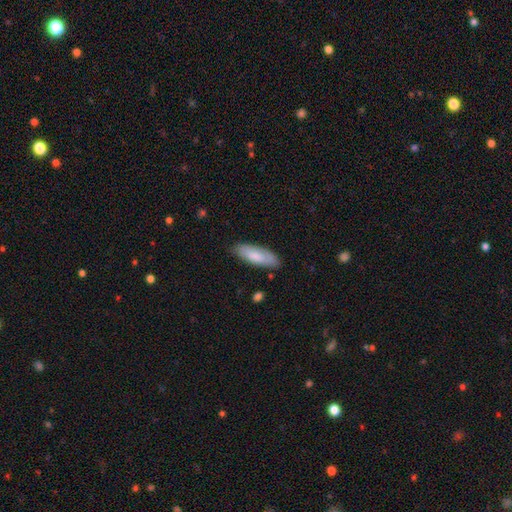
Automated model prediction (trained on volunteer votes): smooth-or-featured: smooth: 80% | featured or disk: 14% | star or artifact: 5%
  how-rounded: in between: 64% | cigar-shaped: 34% | round: 2%
  merging: none: 82% | minor disturbance: 14% | major disturbance: 3% | merger: 2%